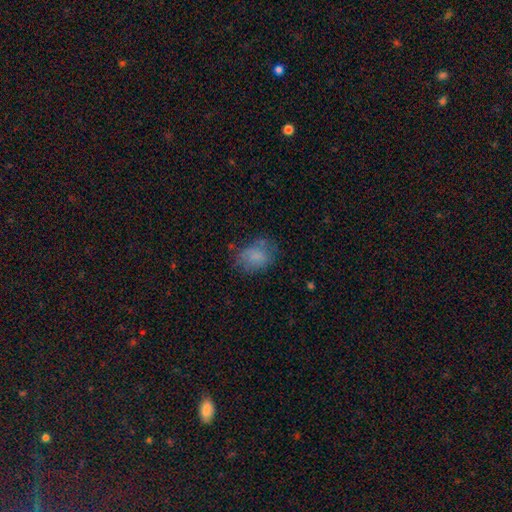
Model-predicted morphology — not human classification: type=smooth (73%); roundness=in between (71%); merging=none (58%).